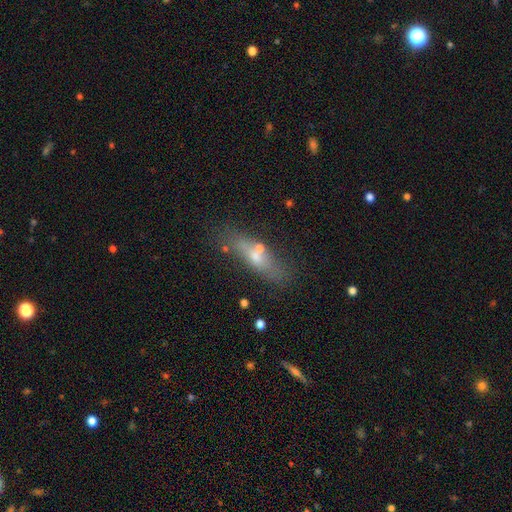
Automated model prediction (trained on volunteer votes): A smooth galaxy with no disk features (47%).

Vote fractions:
- Smooth or featured? smooth: 47% / featured or disk: 38% / star or artifact: 16%
- Merging? none: 63% / minor disturbance: 16% / merger: 14% / major disturbance: 7%